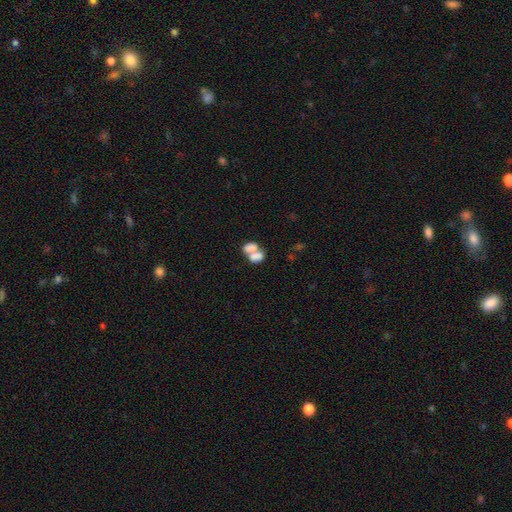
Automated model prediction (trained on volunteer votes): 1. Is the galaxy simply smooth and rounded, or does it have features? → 64% smooth, 27% featured or disk, 10% star or artifact.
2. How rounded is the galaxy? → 78% in between, 20% round, 2% cigar-shaped.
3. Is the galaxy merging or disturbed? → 72% merger, 16% none, 7% minor disturbance, 6% major disturbance.